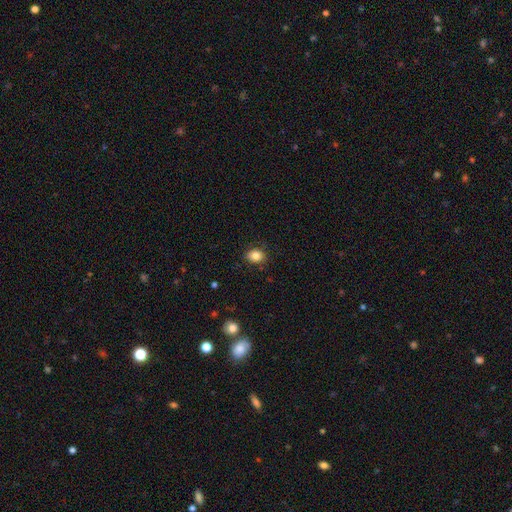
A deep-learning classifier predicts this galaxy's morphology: Q: Smooth or featured?
A: smooth (84%); runner-up: star or artifact (10%)
Q: How rounded?
A: in between (54%); runner-up: round (45%)
Q: Merging?
A: none (83%); runner-up: minor disturbance (13%)